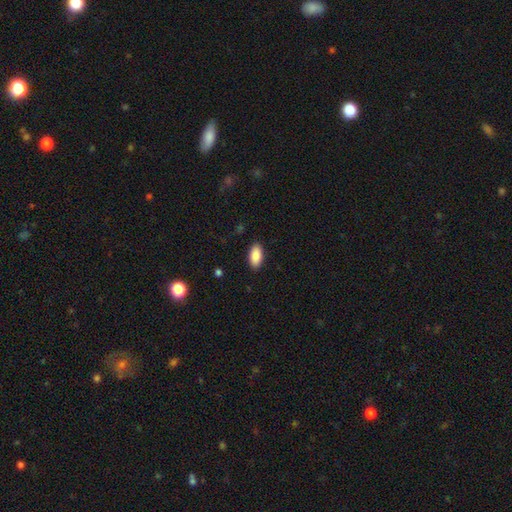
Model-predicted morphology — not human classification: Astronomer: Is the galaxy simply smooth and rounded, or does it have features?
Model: smooth — 89%.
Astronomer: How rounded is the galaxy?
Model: in between — 93%.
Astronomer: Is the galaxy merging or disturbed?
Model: none — 89%.